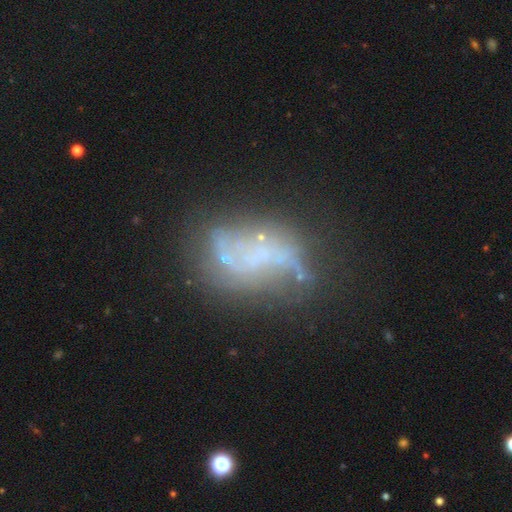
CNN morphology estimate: Smooth or featured? featured or disk (66%)
Edge-on disk? no (93%)
Bar? no (73%)
Spiral arms? no (57%)
Bulge size? none (72%)
Merging? none (44%)